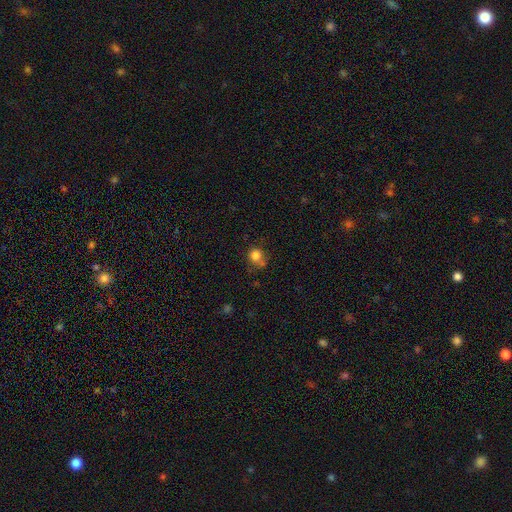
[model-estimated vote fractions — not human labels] This appears to be a smooth galaxy with no disk features (82%) that is round (85%). Merging: none (59%).